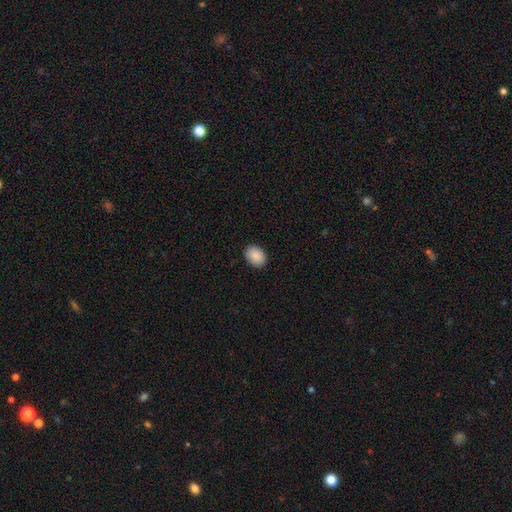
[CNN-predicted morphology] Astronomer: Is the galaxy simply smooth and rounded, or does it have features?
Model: smooth — 90%.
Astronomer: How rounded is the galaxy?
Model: in between — 73%.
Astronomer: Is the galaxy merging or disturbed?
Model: none — 90%.